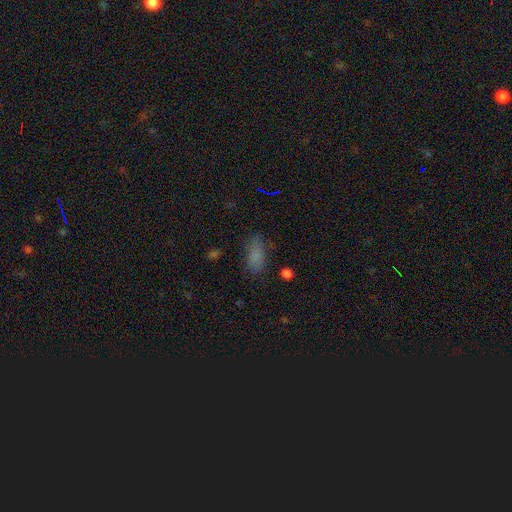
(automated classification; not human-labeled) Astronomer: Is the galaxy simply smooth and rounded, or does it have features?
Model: smooth — 80%.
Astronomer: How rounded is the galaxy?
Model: in between — 84%.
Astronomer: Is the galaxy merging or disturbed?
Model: none — 70%.